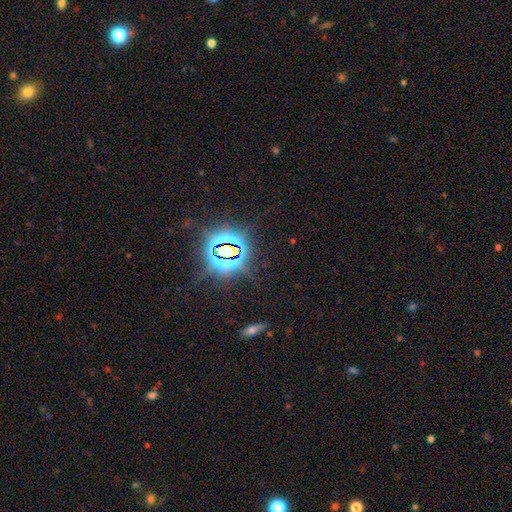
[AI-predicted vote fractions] Smooth or featured: star or artifact — 84% (smooth — 9%)